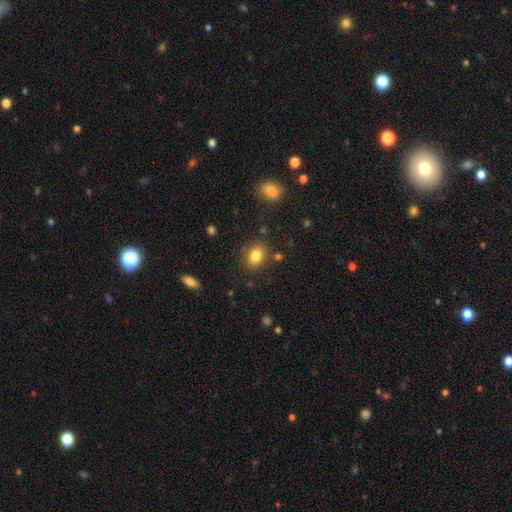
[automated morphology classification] This appears to be a smooth galaxy with no disk features (82%) that is in between round and cigar-shaped (59%). Merging: none (81%).